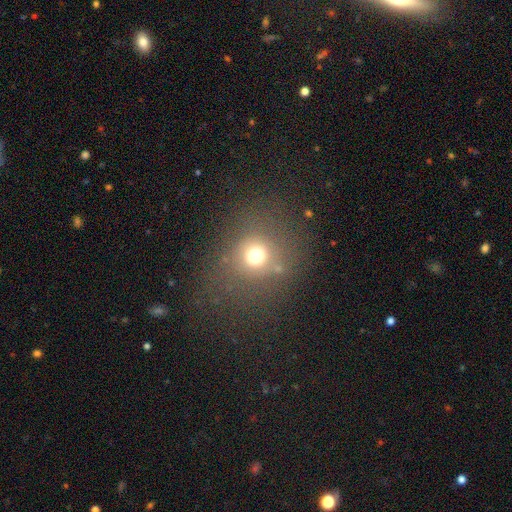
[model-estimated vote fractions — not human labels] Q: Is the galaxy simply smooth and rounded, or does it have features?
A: smooth — 70%.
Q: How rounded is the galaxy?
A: round — 86%.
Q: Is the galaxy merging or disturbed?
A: none — 77%.